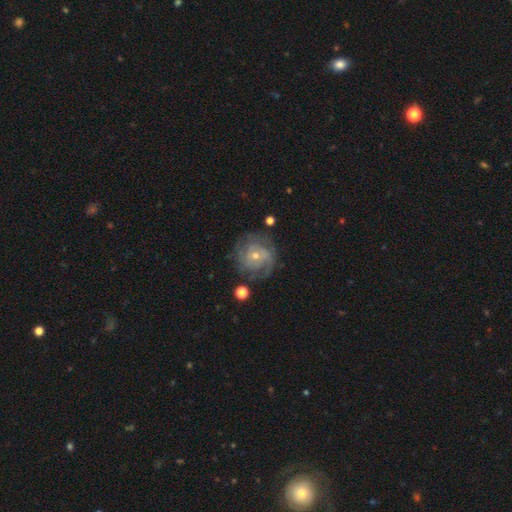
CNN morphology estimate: Q: Smooth or featured?
A: featured or disk (81%); runner-up: smooth (11%)
Q: Edge-on disk?
A: no (97%); runner-up: yes (3%)
Q: Bar?
A: no (68%); runner-up: weak (26%)
Q: Spiral arms?
A: yes (94%); runner-up: no (6%)
Q: Spiral winding?
A: tight (63%); runner-up: medium (29%)
Q: Spiral arm count?
A: can't tell (32%); runner-up: 2 (24%)
Q: Bulge size?
A: small (64%); runner-up: moderate (32%)
Q: Merging?
A: none (75%); runner-up: minor disturbance (15%)